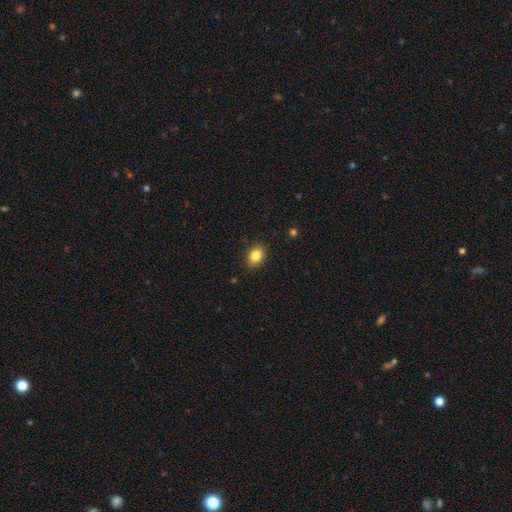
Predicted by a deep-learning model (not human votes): Smooth or featured?
  - smooth: 84% *
  - star or artifact: 9%
  - featured or disk: 7%
How rounded?
  - in between: 68% *
  - round: 31%
  - cigar-shaped: 1%
Merging?
  - none: 88% *
  - minor disturbance: 9%
  - major disturbance: 2%
  - merger: 1%